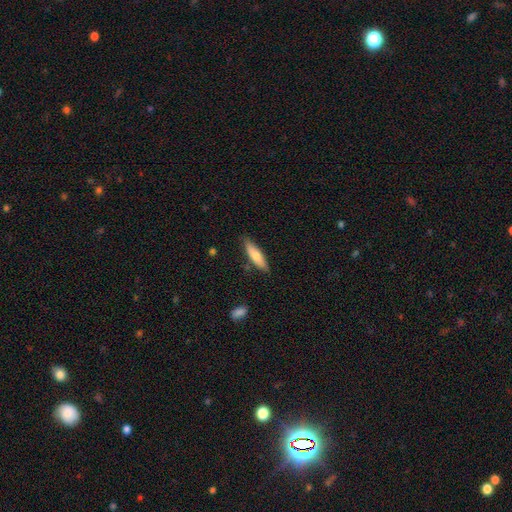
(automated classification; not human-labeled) Smooth or featured? smooth (66%)
How rounded? cigar-shaped (67%)
Merging? none (81%)